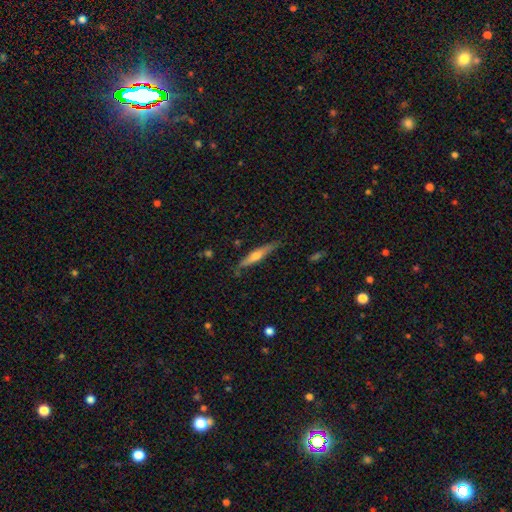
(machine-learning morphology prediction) Smooth or featured? Predicted: featured or disk (p=0.55). Edge-on disk? Predicted: yes (p=0.94). Edge-on bulge? Predicted: rounded (p=0.84). Merging? Predicted: none (p=0.80).